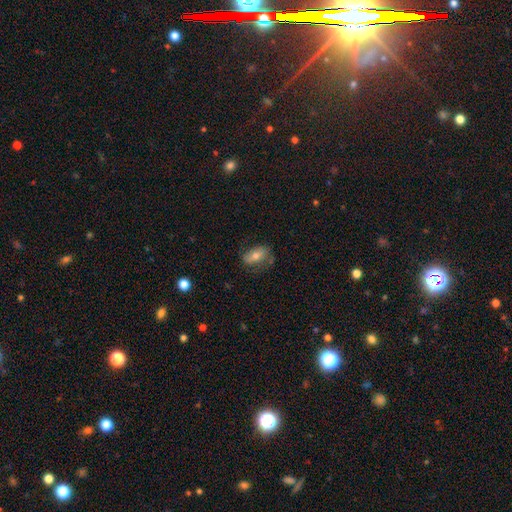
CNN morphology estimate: type=smooth (61%); roundness=in between (84%); merging=none (66%).